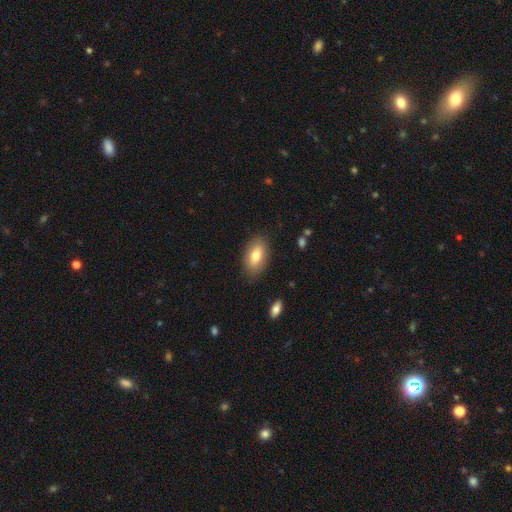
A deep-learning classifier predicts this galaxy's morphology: smooth-or-featured: smooth: 77% | featured or disk: 16% | star or artifact: 7%
  how-rounded: in between: 90% | round: 5% | cigar-shaped: 4%
  merging: none: 85% | minor disturbance: 11% | major disturbance: 3% | merger: 1%